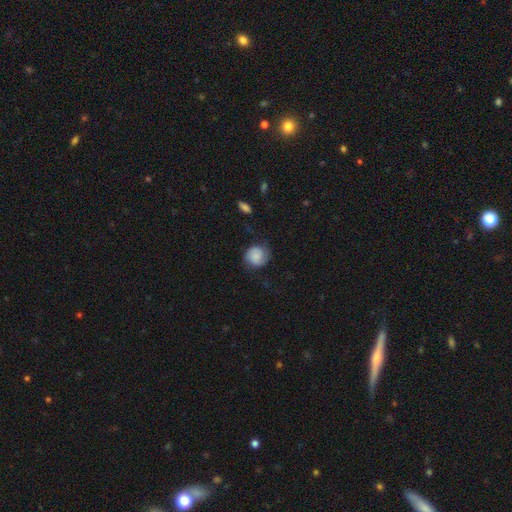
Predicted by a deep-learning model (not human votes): smooth-or-featured: smooth: 56% | featured or disk: 35% | star or artifact: 9%
  how-rounded: round: 82% | in between: 17% | cigar-shaped: 1%
  merging: none: 71% | minor disturbance: 20% | major disturbance: 8% | merger: 1%